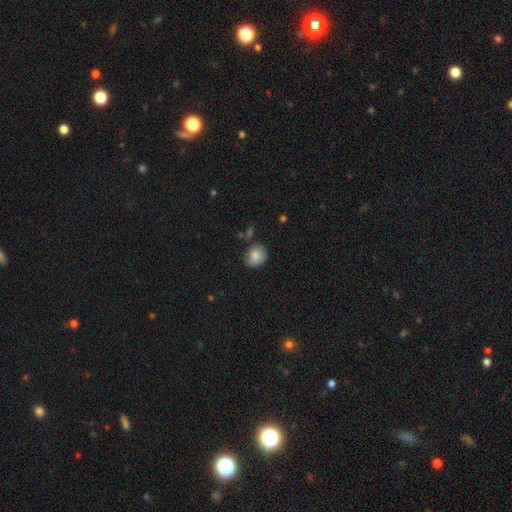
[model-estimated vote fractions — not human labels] Smooth or featured?
  - smooth: 81% *
  - featured or disk: 10%
  - star or artifact: 8%
How rounded?
  - round: 64% *
  - in between: 35%
  - cigar-shaped: 1%
Merging?
  - none: 65% *
  - minor disturbance: 25%
  - major disturbance: 6%
  - merger: 4%